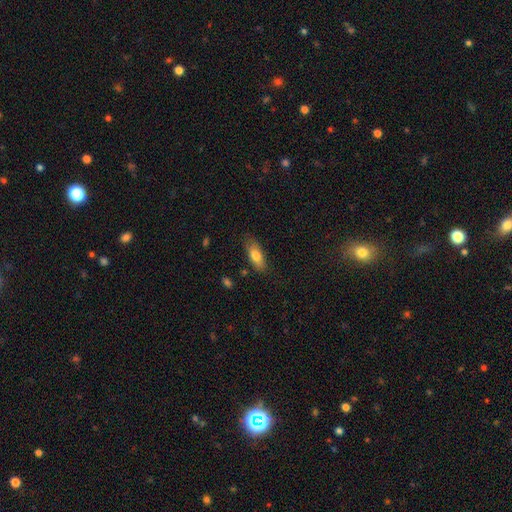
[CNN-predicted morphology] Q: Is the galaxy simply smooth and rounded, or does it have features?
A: smooth — 76%.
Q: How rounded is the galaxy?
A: in between — 79%.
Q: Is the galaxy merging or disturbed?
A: none — 78%.